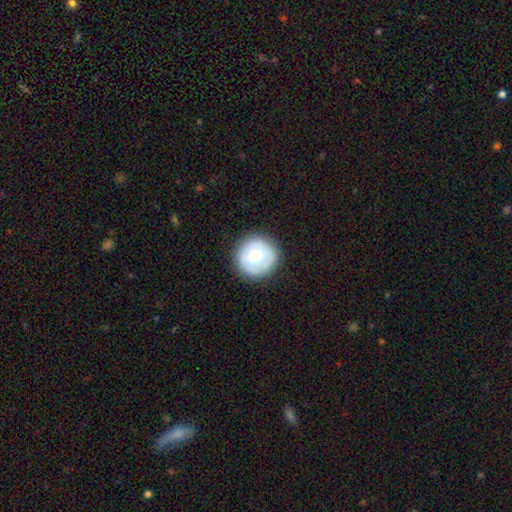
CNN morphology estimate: Overall: smooth (66%; featured or disk 27%). How rounded: round (93%). Merging: none (85%).